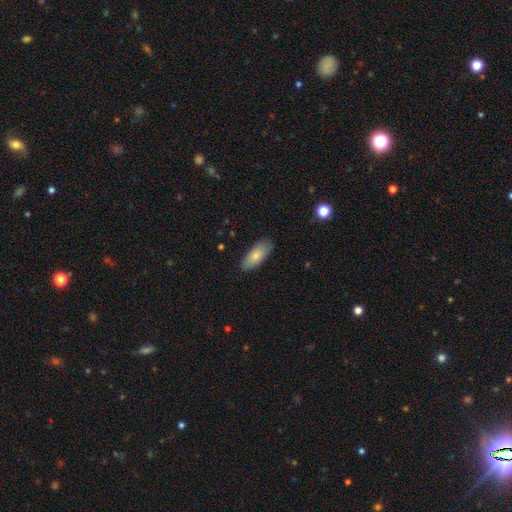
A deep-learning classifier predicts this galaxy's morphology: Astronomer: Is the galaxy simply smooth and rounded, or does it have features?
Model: smooth — 78%.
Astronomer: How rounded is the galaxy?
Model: in between — 77%.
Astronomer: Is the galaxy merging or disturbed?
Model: none — 86%.